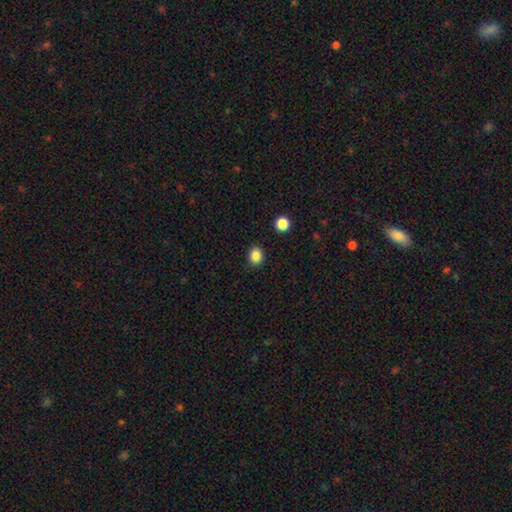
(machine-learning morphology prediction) This appears to be a smooth galaxy with no disk features (86%) that is round (61%). Merging: none (88%).